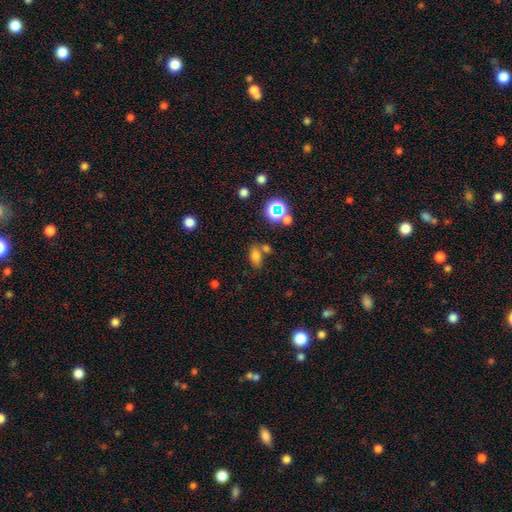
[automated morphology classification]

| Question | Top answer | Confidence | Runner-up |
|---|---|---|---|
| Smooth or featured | smooth | 73% | star or artifact (18%) |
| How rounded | in between | 83% | round (12%) |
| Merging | none | 60% | merger (23%) |